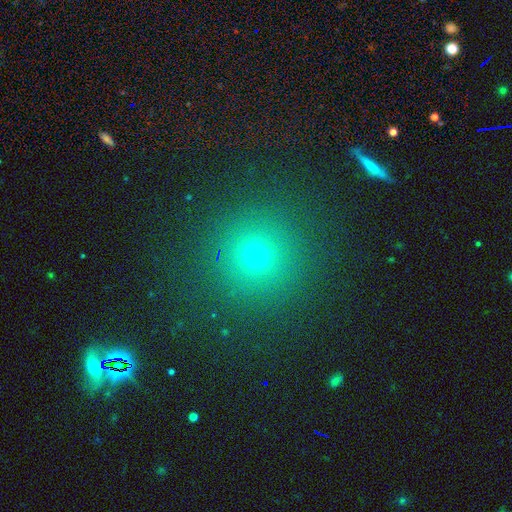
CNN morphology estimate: A smooth galaxy with no disk features (67%) that is round (93%).

Vote fractions:
- Smooth or featured? smooth: 67% / star or artifact: 25% / featured or disk: 8%
- How rounded? round: 93% / in between: 6% / cigar-shaped: 1%
- Merging? none: 89% / minor disturbance: 6% / major disturbance: 3% / merger: 2%